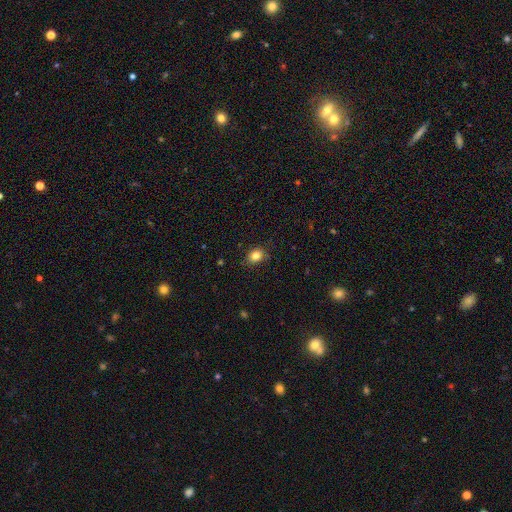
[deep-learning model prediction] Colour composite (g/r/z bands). It shows a smooth galaxy with no disk features (84%) that is in between round and cigar-shaped (56%). Merging: none (81%).